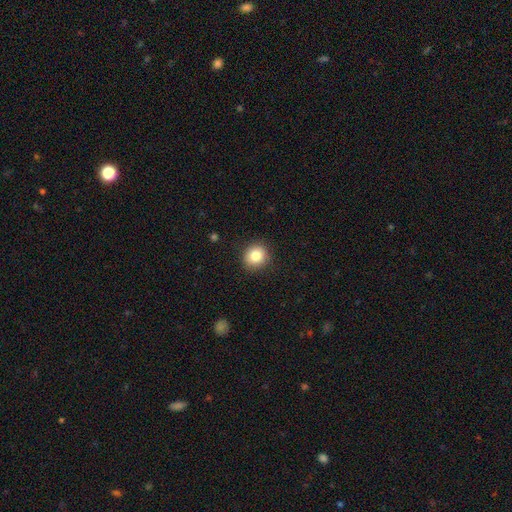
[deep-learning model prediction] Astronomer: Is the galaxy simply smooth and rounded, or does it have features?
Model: smooth — 84%.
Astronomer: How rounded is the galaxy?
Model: round — 85%.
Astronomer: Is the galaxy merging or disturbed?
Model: none — 89%.